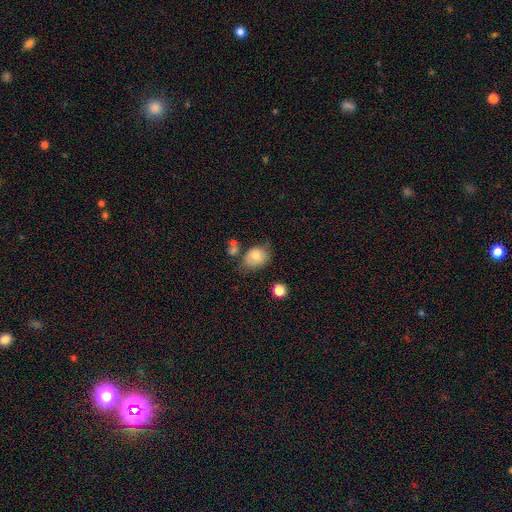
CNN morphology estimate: type=smooth (76%); roundness=in between (60%); merging=none (51%).